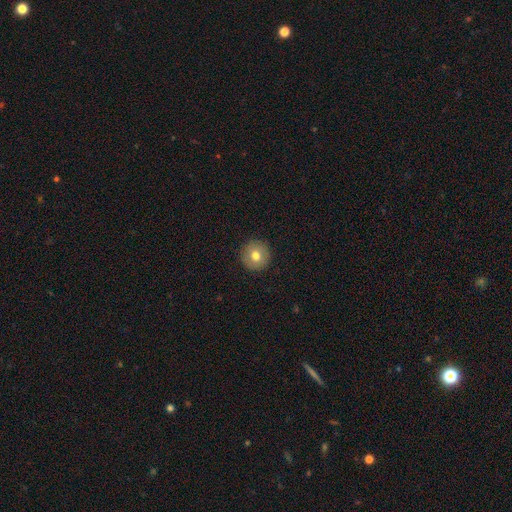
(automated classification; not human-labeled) Smooth or featured?
  - smooth: 76% *
  - featured or disk: 15%
  - star or artifact: 9%
How rounded?
  - round: 96% *
  - in between: 3%
  - cigar-shaped: 1%
Merging?
  - none: 92% *
  - minor disturbance: 5%
  - major disturbance: 2%
  - merger: 1%